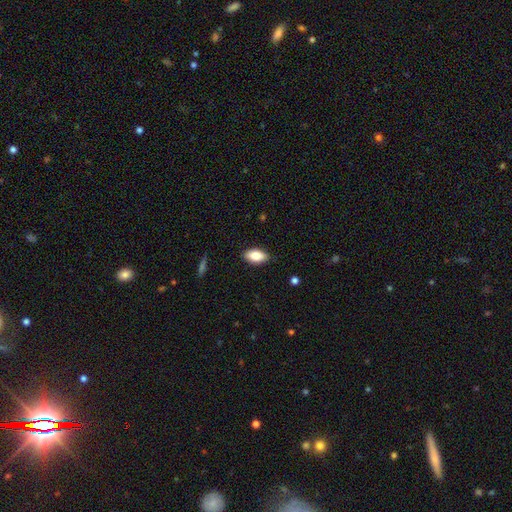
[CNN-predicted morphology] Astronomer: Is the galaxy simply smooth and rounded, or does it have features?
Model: smooth — 79%.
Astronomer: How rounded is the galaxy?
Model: in between — 91%.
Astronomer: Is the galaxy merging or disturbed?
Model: none — 87%.